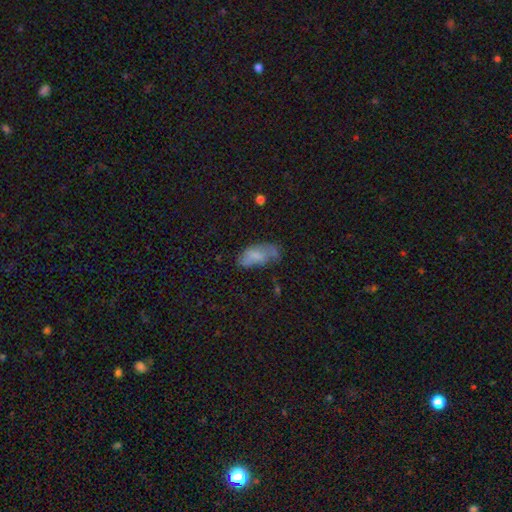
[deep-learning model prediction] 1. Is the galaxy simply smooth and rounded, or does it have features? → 63% smooth, 25% featured or disk, 11% star or artifact.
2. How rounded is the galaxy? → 88% in between, 8% cigar-shaped, 3% round.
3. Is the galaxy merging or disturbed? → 39% none, 32% minor disturbance, 22% major disturbance, 8% merger.